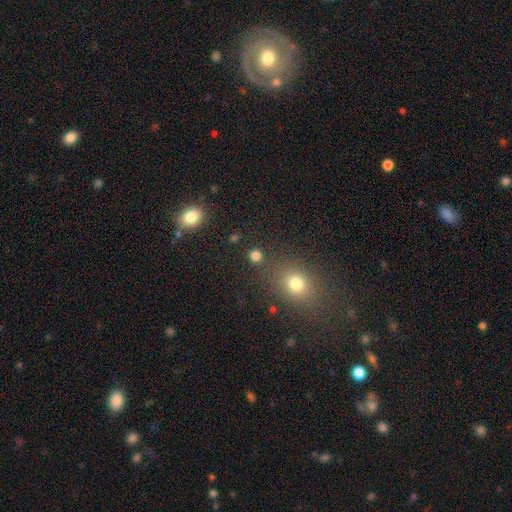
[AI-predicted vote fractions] This is likely a smooth galaxy (80%). How rounded: clearly round (87%). Merging: clearly none (82%).